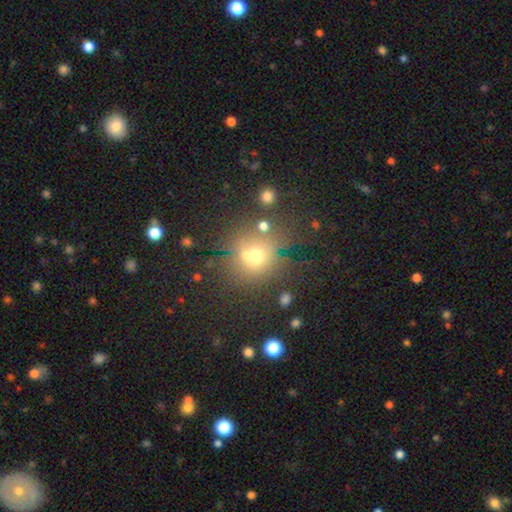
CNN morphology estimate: Smooth or featured: smooth — 62% (star or artifact — 21%)
How rounded: round — 84% (in between — 15%)
Merging: none — 55% (merger — 28%)